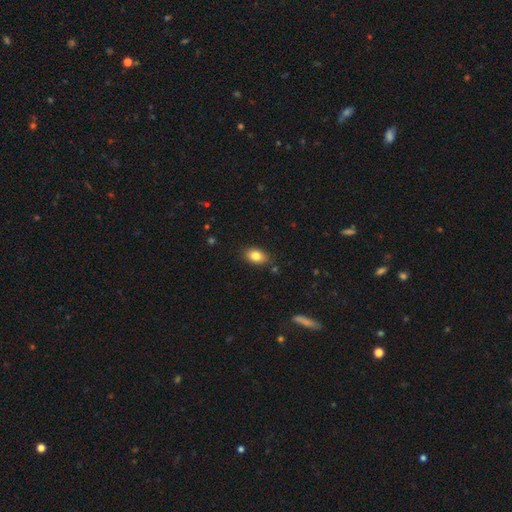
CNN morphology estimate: Smooth or featured: smooth — 82% (featured or disk — 10%)
How rounded: in between — 86% (round — 12%)
Merging: none — 83% (minor disturbance — 12%)